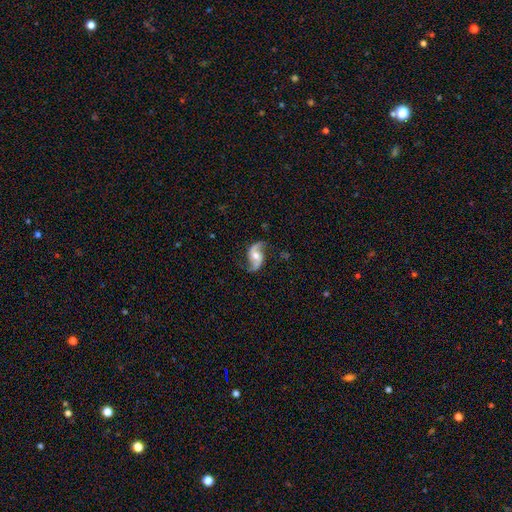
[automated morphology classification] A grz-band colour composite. It shows a featured or disk galaxy (88%) with no bar (48%), 2 (94%) loose (72%) spiral arms (97%) and a moderate central bulge (65%). Merging: none (79%).